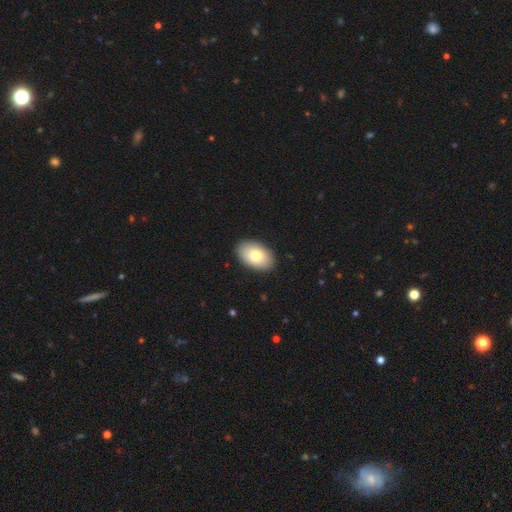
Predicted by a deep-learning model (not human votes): Morphology: type=smooth (77%); roundness=in between (91%); merging=none (90%).